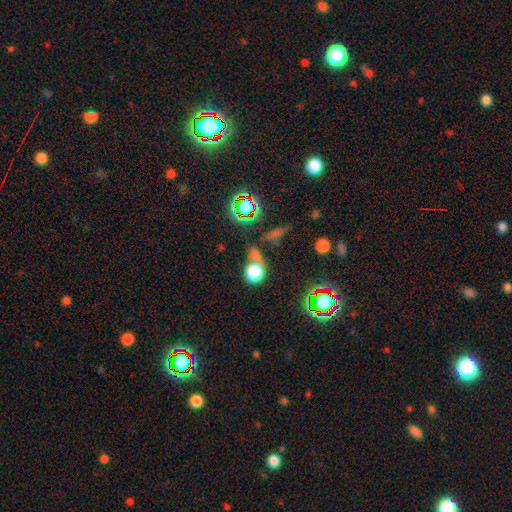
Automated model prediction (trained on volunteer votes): A smooth galaxy with no disk features (64%) that is round (69%). Merging: none (44%).